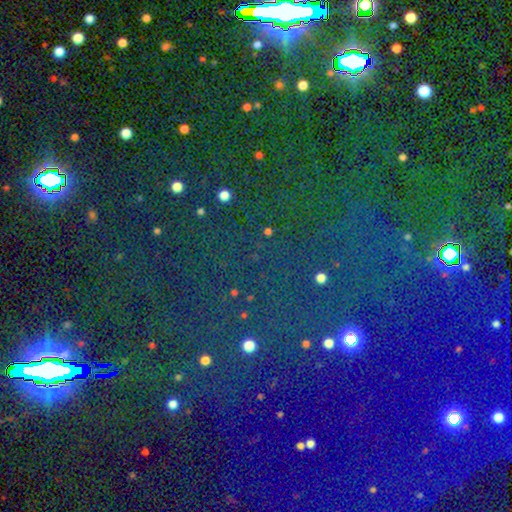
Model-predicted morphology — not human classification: This appears to be a star or artifact, not a galaxy (80%).